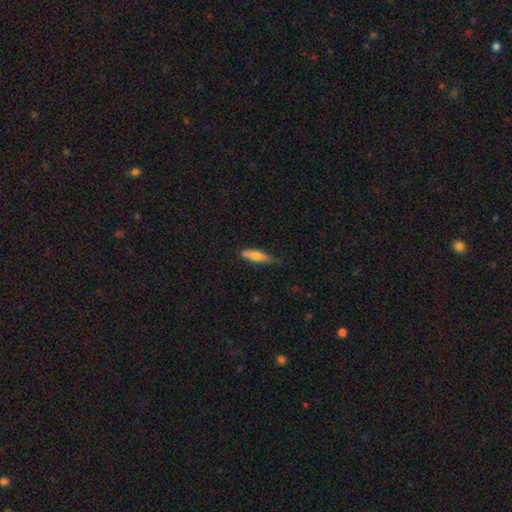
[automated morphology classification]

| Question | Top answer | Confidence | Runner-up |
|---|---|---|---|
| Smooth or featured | smooth | 71% | featured or disk (23%) |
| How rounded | cigar-shaped | 65% | in between (34%) |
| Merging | none | 66% | minor disturbance (27%) |